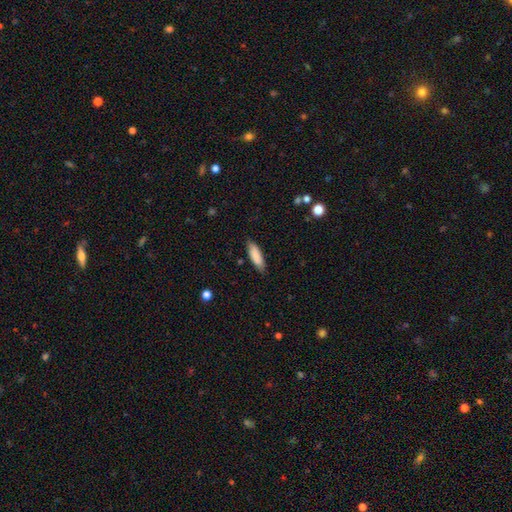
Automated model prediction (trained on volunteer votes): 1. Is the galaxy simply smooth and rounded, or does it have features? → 85% smooth, 9% featured or disk, 6% star or artifact.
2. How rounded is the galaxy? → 52% in between, 46% cigar-shaped, 2% round.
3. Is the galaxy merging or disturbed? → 83% none, 13% minor disturbance, 2% major disturbance, 1% merger.